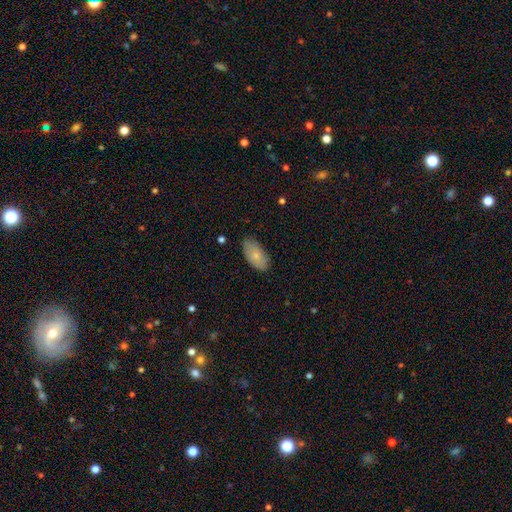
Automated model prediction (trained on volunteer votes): Smooth or featured? smooth (77%)
How rounded? in between (94%)
Merging? none (80%)